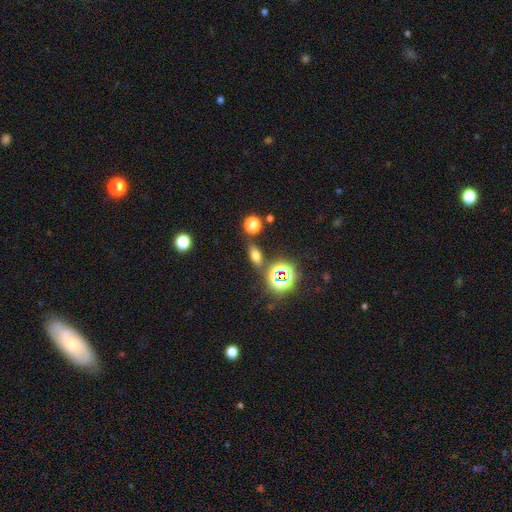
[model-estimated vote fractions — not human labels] Smooth or featured? Predicted: smooth (p=0.58). How rounded? Predicted: in between (p=0.69). Merging? Predicted: none (p=0.81).